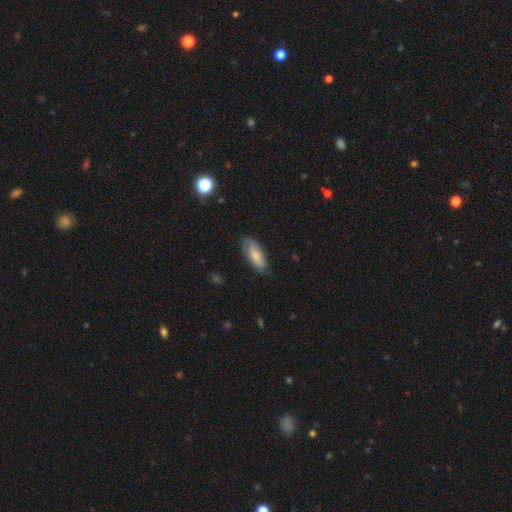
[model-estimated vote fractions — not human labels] A smooth galaxy with no disk features (80%) that is in between round and cigar-shaped (78%).

Vote fractions:
- Smooth or featured? smooth: 80% / featured or disk: 14% / star or artifact: 6%
- How rounded? in between: 78% / cigar-shaped: 20% / round: 2%
- Merging? none: 77% / minor disturbance: 18% / major disturbance: 3% / merger: 1%